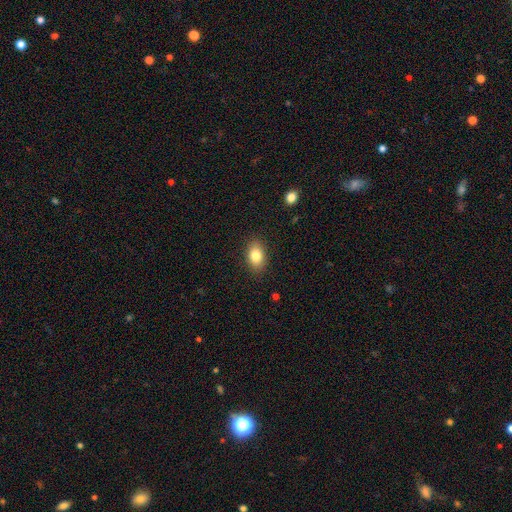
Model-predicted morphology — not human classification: Overall: smooth (82%). How rounded: in between (86%). Merging: none (87%).